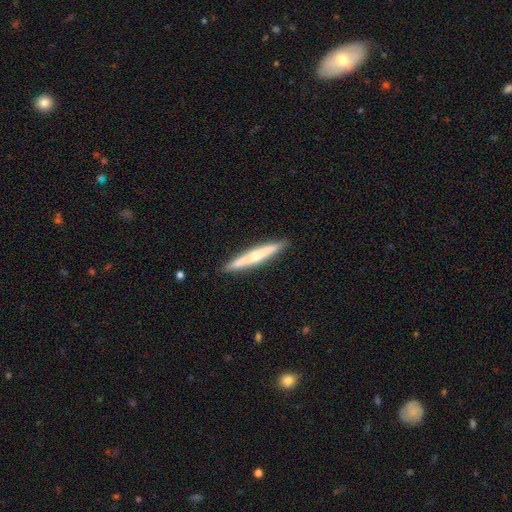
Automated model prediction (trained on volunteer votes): A featured or disk galaxy (47%).

Vote fractions:
- Smooth or featured? featured or disk: 47% / smooth: 46% / star or artifact: 7%
- Merging? none: 89% / minor disturbance: 8% / major disturbance: 1% / merger: 1%